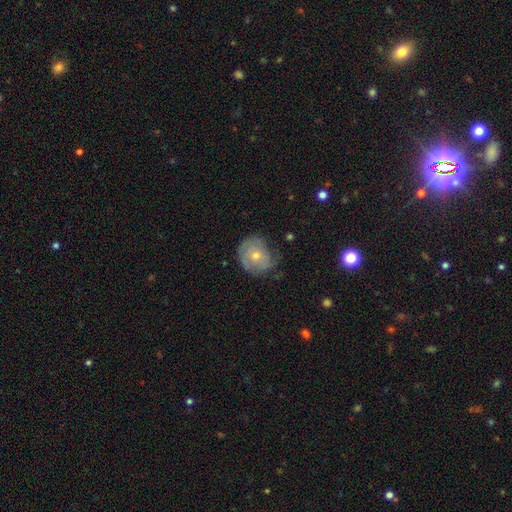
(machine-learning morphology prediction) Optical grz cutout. It shows a smooth galaxy with no disk features (53%) that is round (71%). Merging: none (52%).